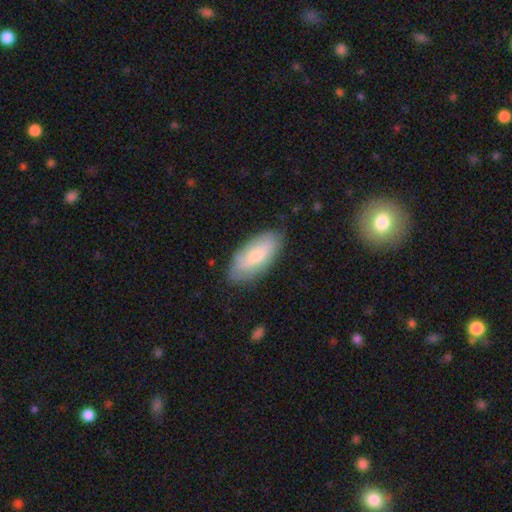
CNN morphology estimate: smooth-or-featured: smooth: 66% | featured or disk: 28% | star or artifact: 6%
  how-rounded: in between: 87% | cigar-shaped: 11% | round: 2%
  merging: none: 81% | minor disturbance: 15% | major disturbance: 3% | merger: 1%